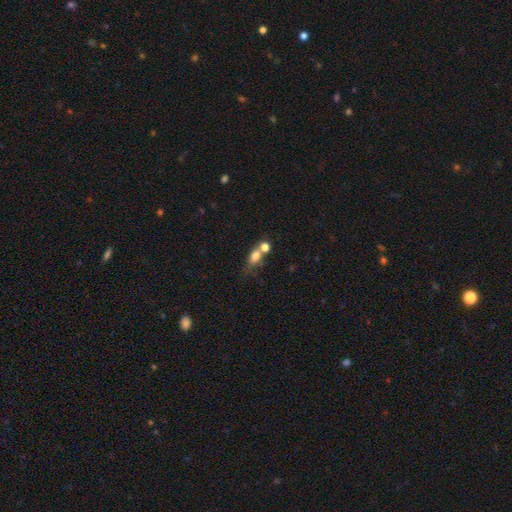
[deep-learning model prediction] A smooth galaxy with no disk features (71%) that is in between round and cigar-shaped (53%).

Vote fractions:
- Smooth or featured? smooth: 71% / featured or disk: 18% / star or artifact: 11%
- How rounded? in between: 53% / round: 38% / cigar-shaped: 9%
- Merging? merger: 51% / none: 30% / minor disturbance: 11% / major disturbance: 8%